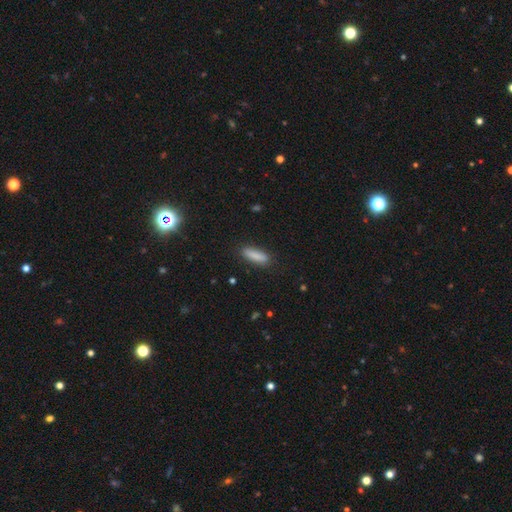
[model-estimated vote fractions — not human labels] Smooth or featured? Predicted: smooth (p=0.86). How rounded? Predicted: cigar-shaped (p=0.62). Merging? Predicted: none (p=0.87).